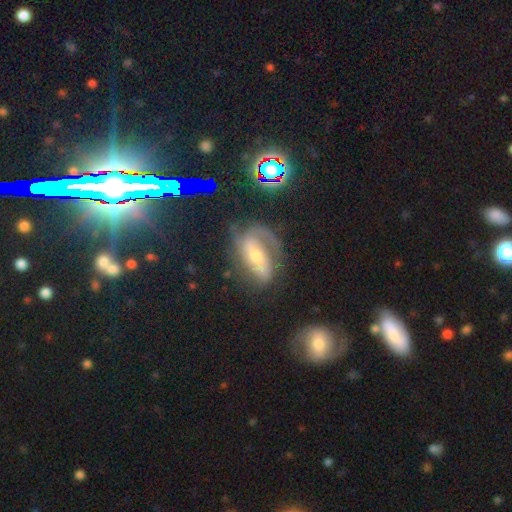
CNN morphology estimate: A featured or disk galaxy (72%) with a weak bar (35%), 2 (63%) medium (44%) spiral arms (90%) and a moderate central bulge (49%). Merging: none (57%).